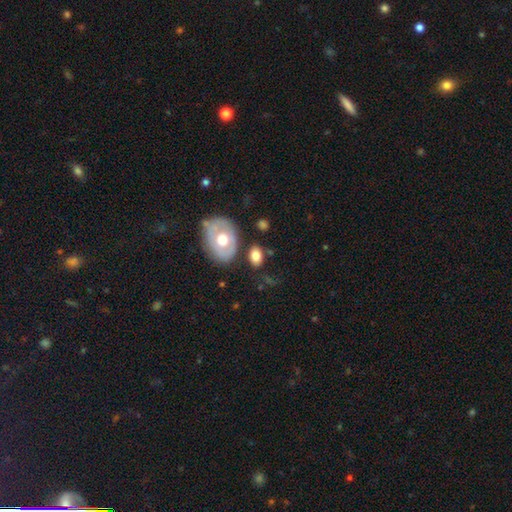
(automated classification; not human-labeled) smooth 74%, featured or disk 19%, star or artifact 7%. Down the decision tree: how rounded — in between (85%); merging — none (66%).